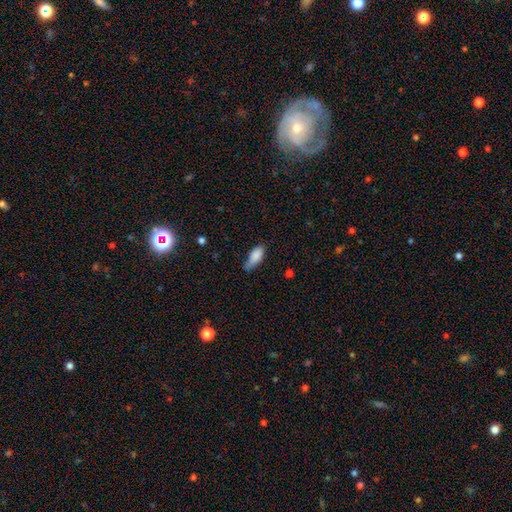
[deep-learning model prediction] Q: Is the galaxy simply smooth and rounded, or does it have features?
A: smooth — 86%.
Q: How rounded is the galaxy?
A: in between — 81%.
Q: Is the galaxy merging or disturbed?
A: none — 49%.